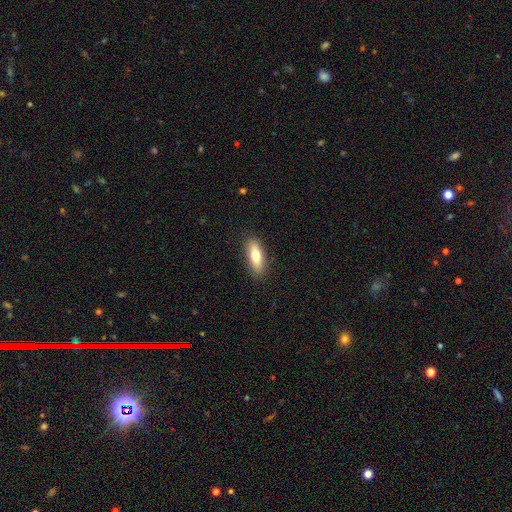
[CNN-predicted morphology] smooth 69%, featured or disk 25%, star or artifact 6%. Down the decision tree: how rounded — in between (59%); merging — none (89%).